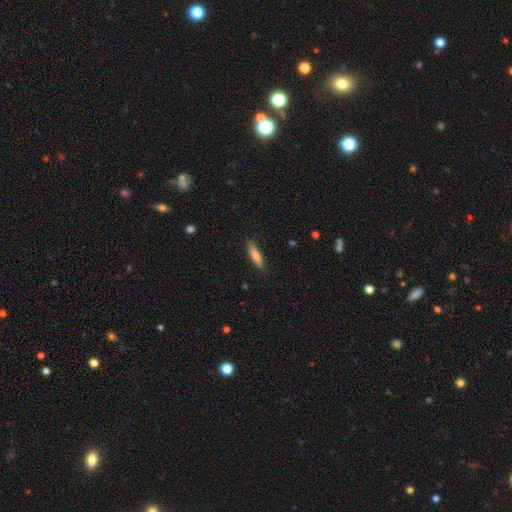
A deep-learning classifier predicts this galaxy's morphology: The model was most divided on "smooth or featured": smooth: 74%, featured or disk: 20%, star or artifact: 6%. More confident: merging — none (86%); how rounded — cigar-shaped (82%).